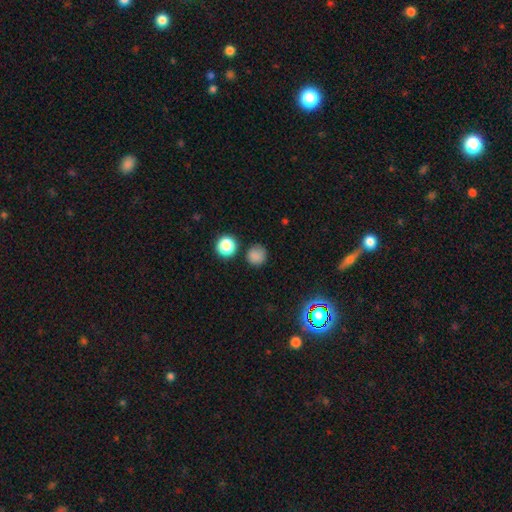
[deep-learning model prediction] Smooth or featured: smooth — 80% (star or artifact — 16%)
How rounded: round — 92% (in between — 7%)
Merging: none — 81% (minor disturbance — 11%)